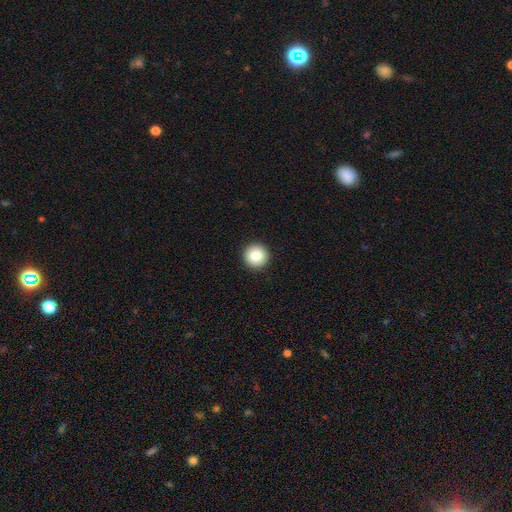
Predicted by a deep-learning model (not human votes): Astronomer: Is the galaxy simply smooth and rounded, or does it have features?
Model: smooth — 83%.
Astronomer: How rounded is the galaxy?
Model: round — 96%.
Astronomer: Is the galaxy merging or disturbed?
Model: none — 94%.